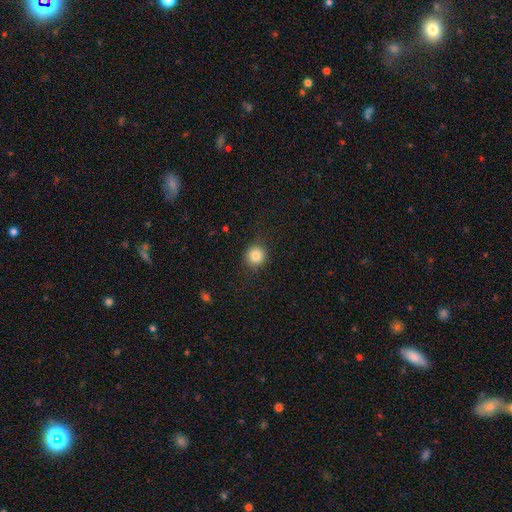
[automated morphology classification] Overall: smooth (84%). How rounded: round (91%). Merging: none (89%).